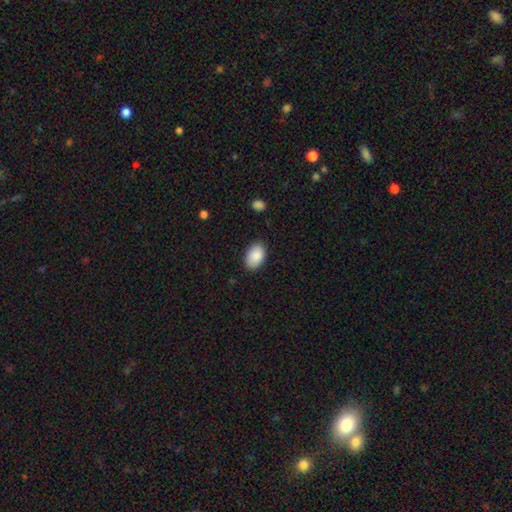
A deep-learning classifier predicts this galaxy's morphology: type=smooth (90%); roundness=in between (91%); merging=none (87%).